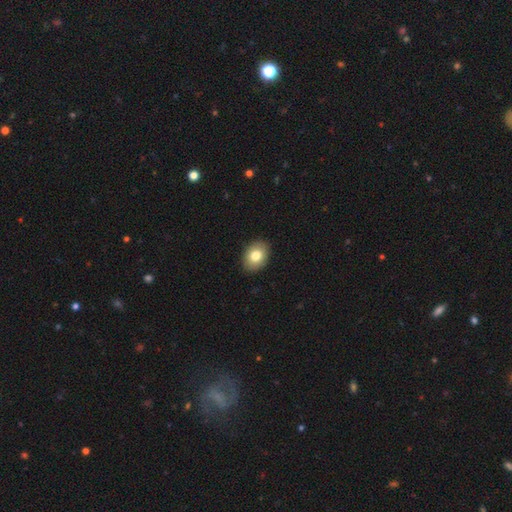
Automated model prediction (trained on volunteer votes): Smooth or featured: smooth — 79% (featured or disk — 13%)
How rounded: in between — 71% (round — 28%)
Merging: none — 90% (minor disturbance — 7%)